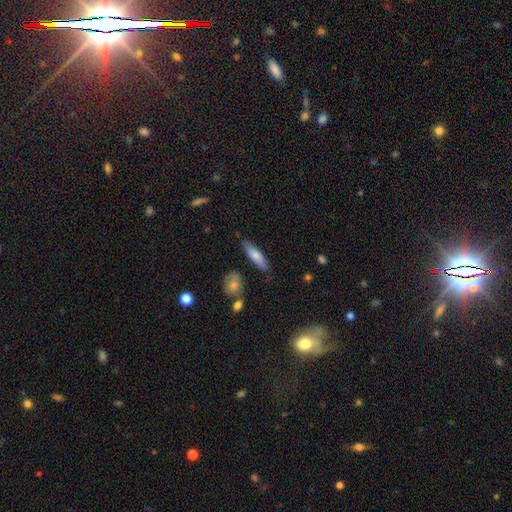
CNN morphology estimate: This appears to be a smooth galaxy with no disk features (71%) that is cigar-shaped (64%). Merging: none (78%).